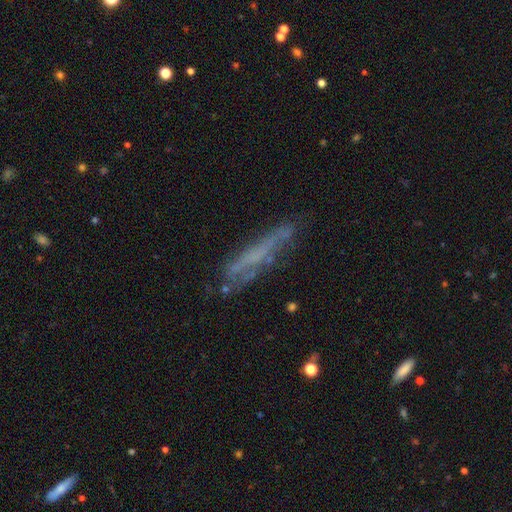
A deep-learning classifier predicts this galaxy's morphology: smooth-or-featured: featured or disk: 52% | smooth: 36% | star or artifact: 12%
  disk-edge-on: yes: 63% | no: 37%
  merging: none: 62% | minor disturbance: 24% | major disturbance: 11% | merger: 3%